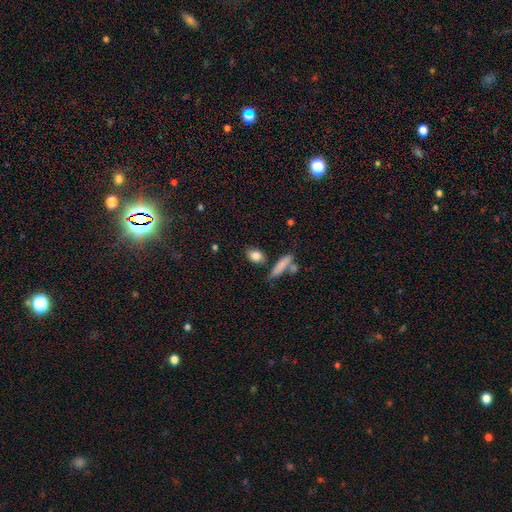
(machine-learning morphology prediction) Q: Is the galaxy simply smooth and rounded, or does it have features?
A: smooth — 83%.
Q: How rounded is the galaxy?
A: in between — 72%.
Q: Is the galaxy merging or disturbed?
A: none — 73%.